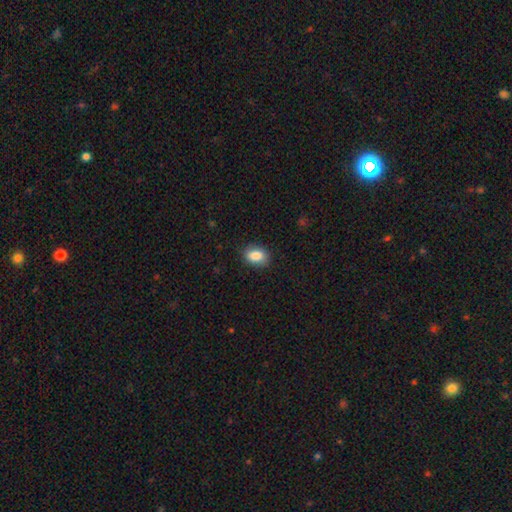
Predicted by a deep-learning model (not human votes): A smooth galaxy with no disk features (86%) that is in between round and cigar-shaped (79%). Merging: none (86%).